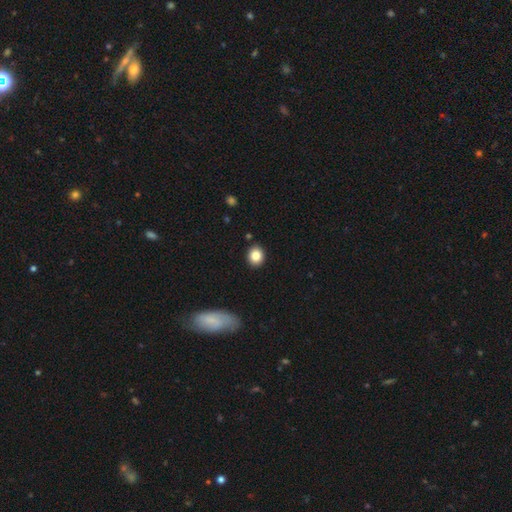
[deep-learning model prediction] Smooth or featured? Predicted: smooth (p=0.84). How rounded? Predicted: round (p=0.70). Merging? Predicted: none (p=0.89).